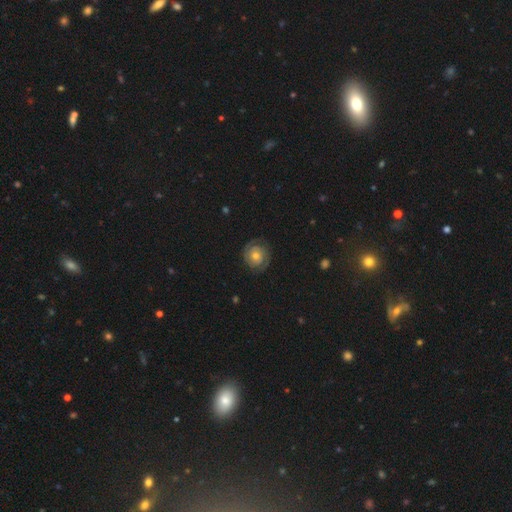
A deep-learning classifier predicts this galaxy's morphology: smooth-or-featured: featured or disk: 76% | smooth: 17% | star or artifact: 7%
  disk-edge-on: no: 98% | yes: 2%
    bar: no: 75% | weak: 21% | strong: 4%
    has-spiral-arms: yes: 93% | no: 7%
      spiral-winding: tight: 71% | medium: 23% | loose: 6%
      spiral-arm-count: 2: 72% | can't tell: 13% | 3: 7% | 1: 3% | 4: 3% | more than 4: 2%
    bulge-size: moderate: 62% | small: 30% | large: 5% | none: 2% | dominant: 1%
  merging: none: 81% | minor disturbance: 13% | major disturbance: 5% | merger: 1%